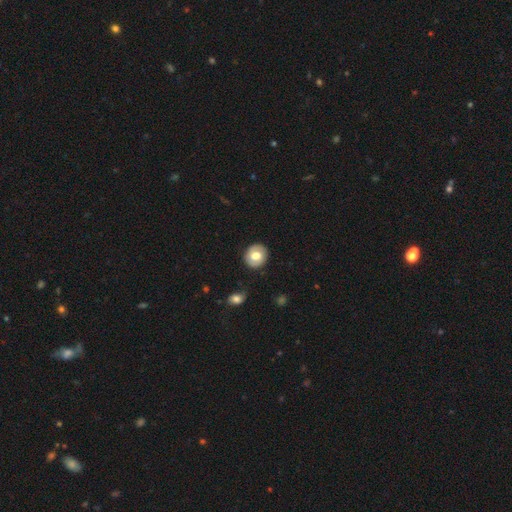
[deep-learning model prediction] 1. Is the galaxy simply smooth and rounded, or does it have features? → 64% smooth, 29% featured or disk, 7% star or artifact.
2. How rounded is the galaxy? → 77% round, 22% in between, 1% cigar-shaped.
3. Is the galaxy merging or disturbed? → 85% none, 11% minor disturbance, 3% major disturbance, 2% merger.